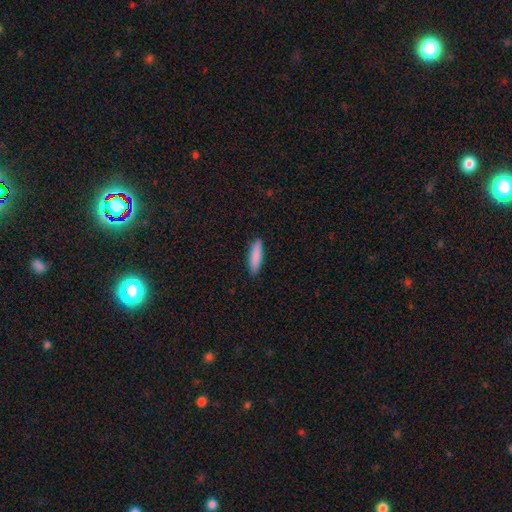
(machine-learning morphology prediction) Overall: smooth (87%). How rounded: cigar-shaped (74%). Merging: none (90%).